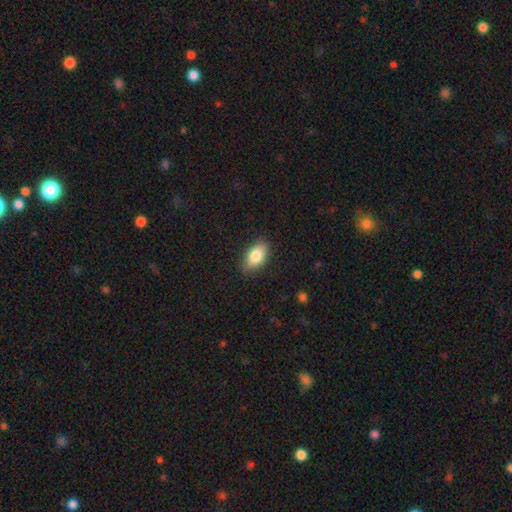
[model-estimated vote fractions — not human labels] Q: Smooth or featured?
A: smooth (83%); runner-up: featured or disk (10%)
Q: How rounded?
A: in between (93%); runner-up: round (5%)
Q: Merging?
A: none (85%); runner-up: minor disturbance (12%)